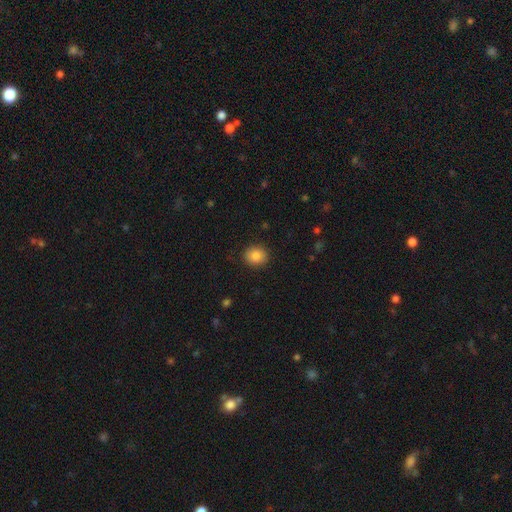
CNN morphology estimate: The model was most divided on "how rounded": round: 72%, in between: 27%, cigar-shaped: 1%. More confident: merging — none (90%); smooth or featured — smooth (87%).